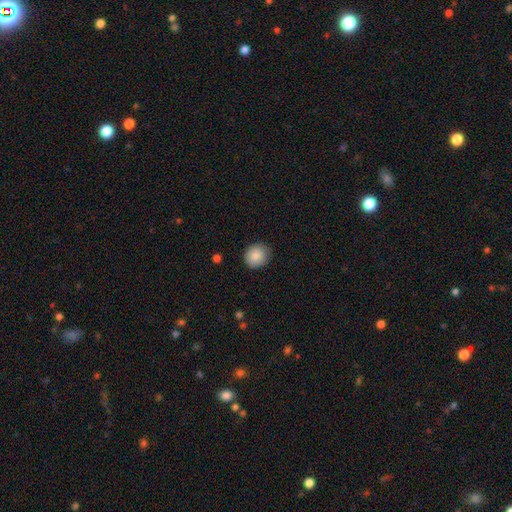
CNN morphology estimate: Overall: smooth (87%). How rounded: round (79%). Merging: none (85%).